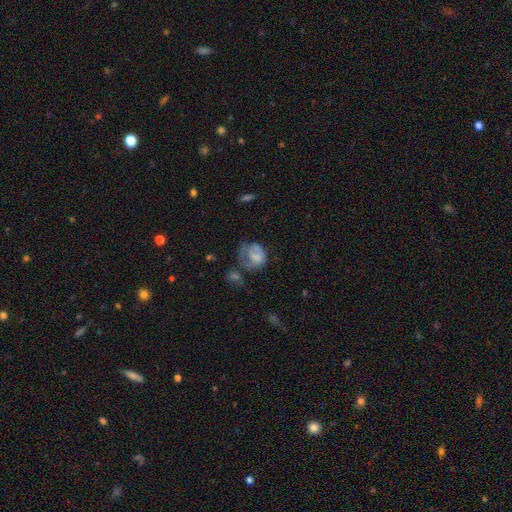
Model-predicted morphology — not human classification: Smooth or featured? Predicted: smooth (p=0.57). How rounded? Predicted: round (p=0.54). Merging? Predicted: major disturbance (p=0.36).